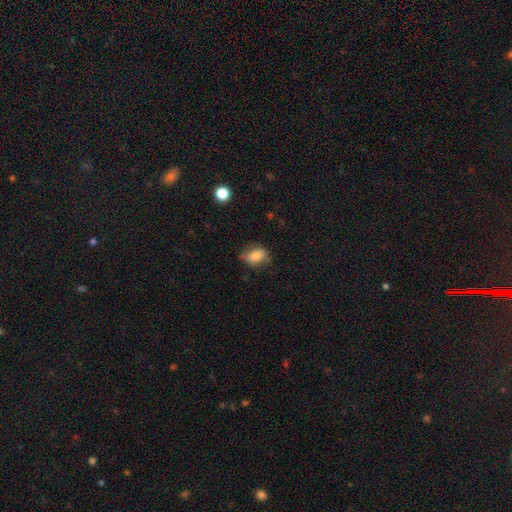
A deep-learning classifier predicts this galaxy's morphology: type=smooth (79%); roundness=in between (78%); merging=none (69%).